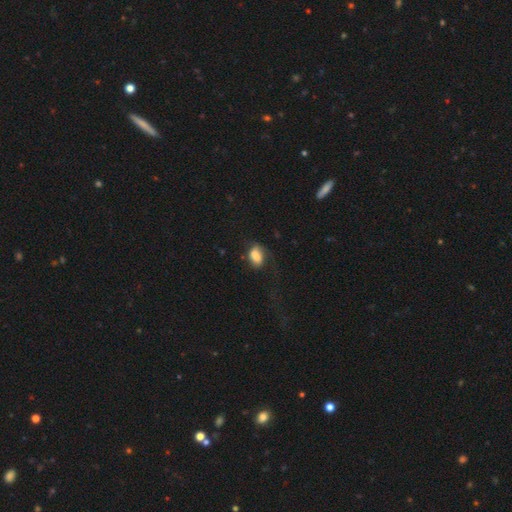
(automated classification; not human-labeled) Overall: smooth (77%). How rounded: in between (86%). Merging: none (47%; minor disturbance 27%).